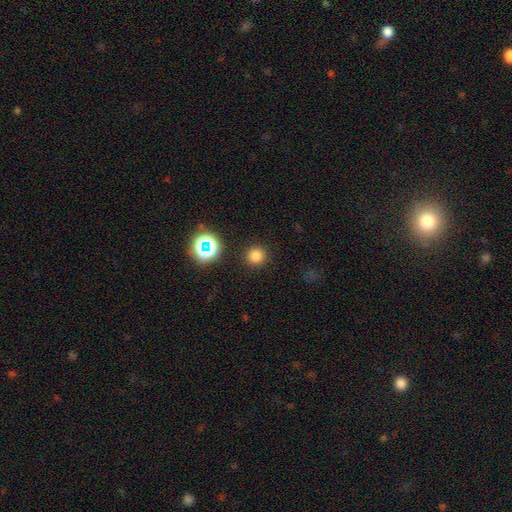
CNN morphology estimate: smooth_or_featured: smooth (p=0.77) [alt: star or artifact p=0.18]
how_rounded: round (p=0.94) [alt: in between p=0.05]
merging: none (p=0.90) [alt: minor disturbance p=0.05]